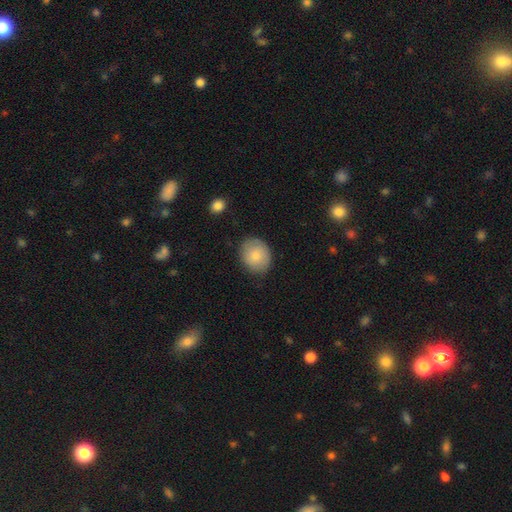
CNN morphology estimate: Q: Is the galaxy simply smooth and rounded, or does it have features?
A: smooth — 78%.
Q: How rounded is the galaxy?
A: round — 54%.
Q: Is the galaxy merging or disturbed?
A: none — 79%.